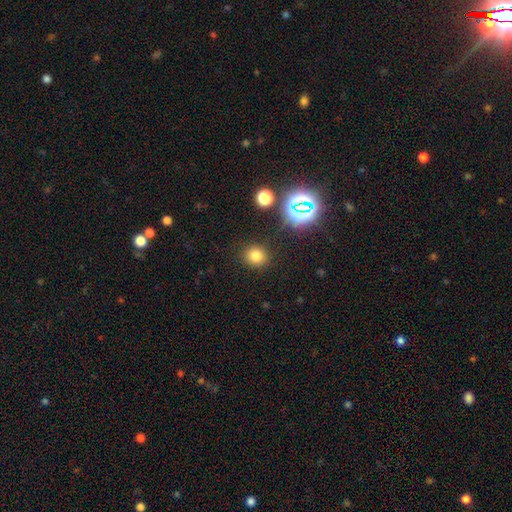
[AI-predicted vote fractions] Smooth or featured? smooth (75%)
How rounded? round (85%)
Merging? none (87%)